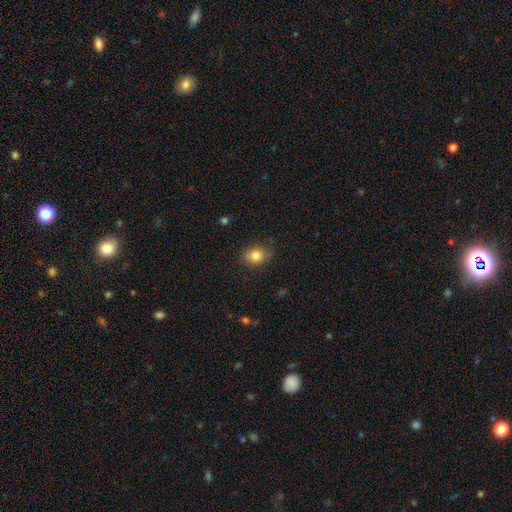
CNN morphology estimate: type=smooth (84%); roundness=in between (59%); merging=none (81%).